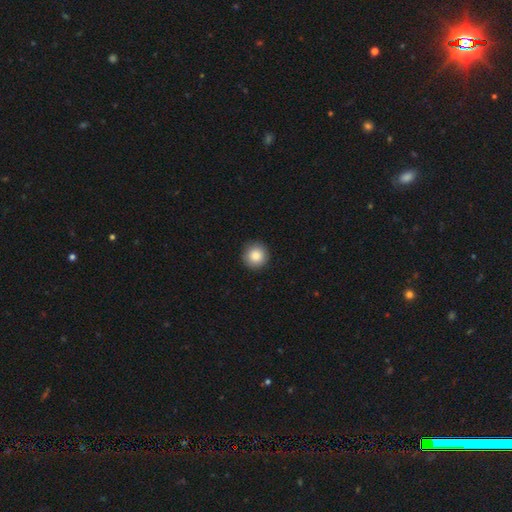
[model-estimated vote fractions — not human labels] Smooth or featured: smooth — 87% (star or artifact — 8%)
How rounded: round — 95% (in between — 4%)
Merging: none — 92% (minor disturbance — 5%)